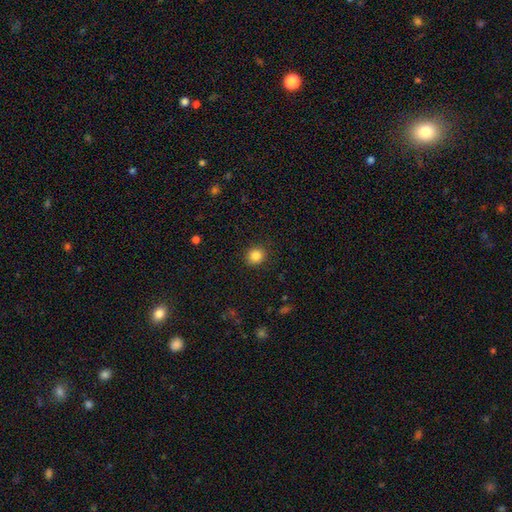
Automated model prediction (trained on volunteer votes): Smooth or featured: smooth — 85% (star or artifact — 10%)
How rounded: round — 87% (in between — 13%)
Merging: none — 90% (minor disturbance — 6%)